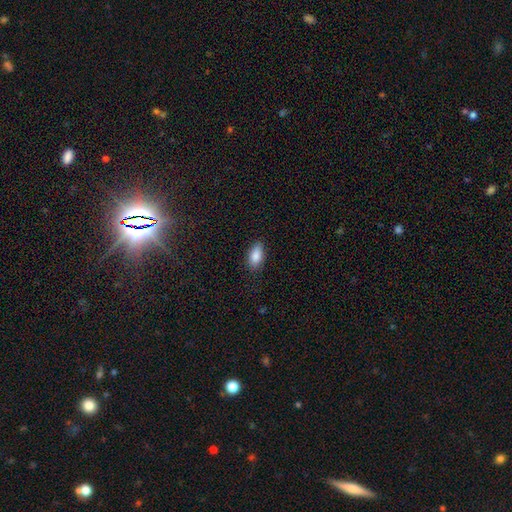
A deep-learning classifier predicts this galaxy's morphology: smooth-or-featured: smooth: 86% | star or artifact: 7% | featured or disk: 7%
  how-rounded: in between: 90% | cigar-shaped: 6% | round: 4%
  merging: none: 82% | minor disturbance: 14% | major disturbance: 3% | merger: 1%